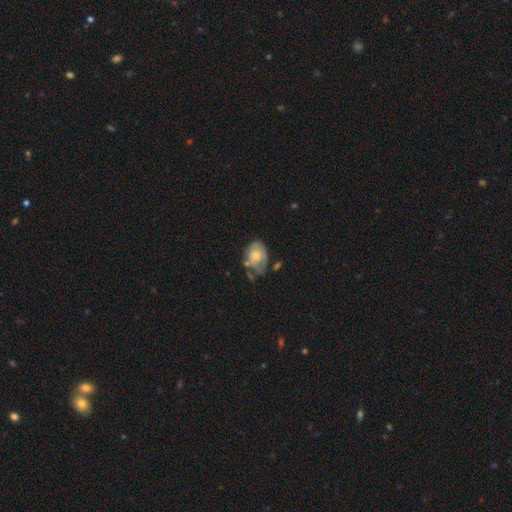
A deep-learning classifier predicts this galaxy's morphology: type=smooth (56%); roundness=in between (72%); merging=none (36%).